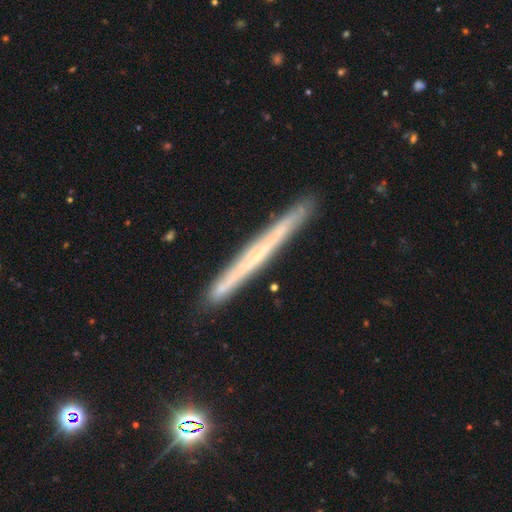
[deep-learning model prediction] This is possibly a featured or disk galaxy (59%). It is clearly viewed edge-on (96%). Edge-on bulge: clearly none (87%). Merging: clearly none (90%).